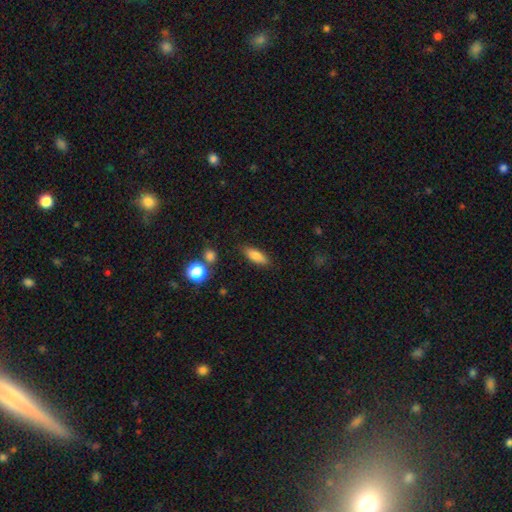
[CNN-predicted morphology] smooth_or_featured: smooth (p=0.82) [alt: featured or disk p=0.10]
how_rounded: in between (p=0.63) [alt: cigar-shaped p=0.34]
merging: none (p=0.84) [alt: minor disturbance p=0.11]